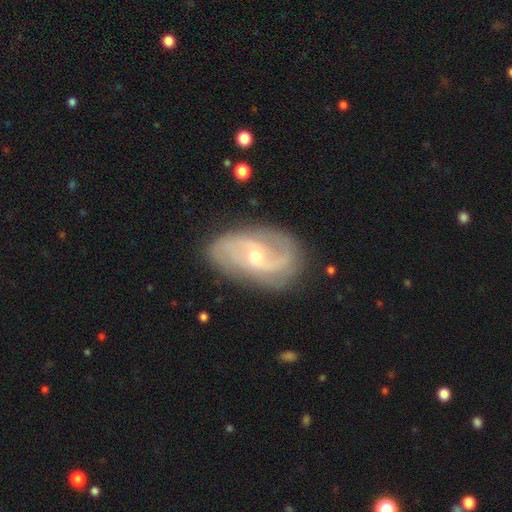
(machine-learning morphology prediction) A featured or disk galaxy (80%) with no bar (44%), 2 (64%) medium (42%) spiral arms (93%) and a small central bulge (54%).

Vote fractions:
- Smooth or featured? featured or disk: 80% / smooth: 12% / star or artifact: 8%
- Edge-on disk? no: 96% / yes: 4%
- Bar? no: 44% / weak: 43% / strong: 12%
- Spiral arms? yes: 93% / no: 7%
- Spiral winding? medium: 42% / loose: 29% / tight: 28%
- Spiral arm count? 2: 64% / can't tell: 17% / 3: 9% / 1: 4% / 4: 4% / more than 4: 3%
- Bulge size? small: 54% / moderate: 42% / large: 2% / none: 2% / dominant: 1%
- Merging? none: 79% / minor disturbance: 15% / major disturbance: 5% / merger: 2%